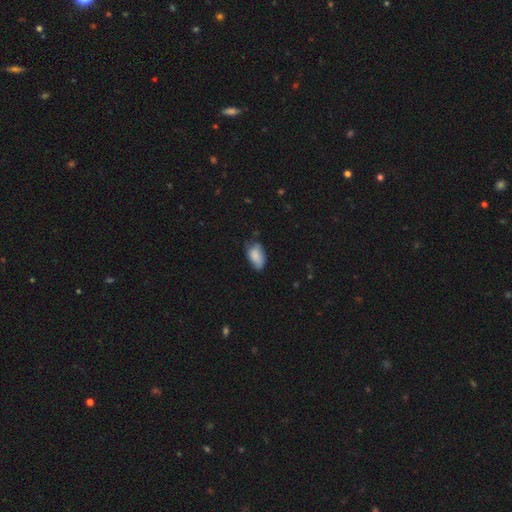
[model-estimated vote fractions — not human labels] The model was most divided on "merging": none: 49%, minor disturbance: 38%, major disturbance: 10%, merger: 3%. More confident: how rounded — in between (92%); smooth or featured — smooth (81%).